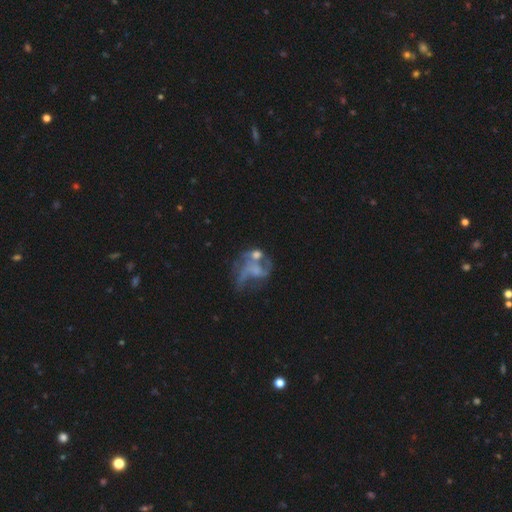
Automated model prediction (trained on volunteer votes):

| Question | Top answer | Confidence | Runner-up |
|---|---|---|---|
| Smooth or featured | featured or disk | 61% | star or artifact (23%) |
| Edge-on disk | no | 97% | yes (3%) |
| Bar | no | 66% | weak (26%) |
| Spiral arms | yes | 58% | no (42%) |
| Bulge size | small | 42% | none (34%) |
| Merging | none | 37% | major disturbance (27%) |